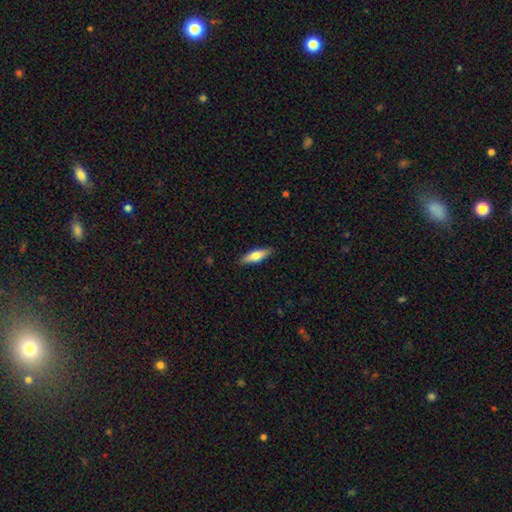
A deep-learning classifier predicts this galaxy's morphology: A smooth galaxy with no disk features (66%) that is cigar-shaped (55%).

Vote fractions:
- Smooth or featured? smooth: 66% / featured or disk: 28% / star or artifact: 6%
- How rounded? cigar-shaped: 55% / in between: 43% / round: 2%
- Merging? none: 88% / minor disturbance: 9% / major disturbance: 2% / merger: 1%